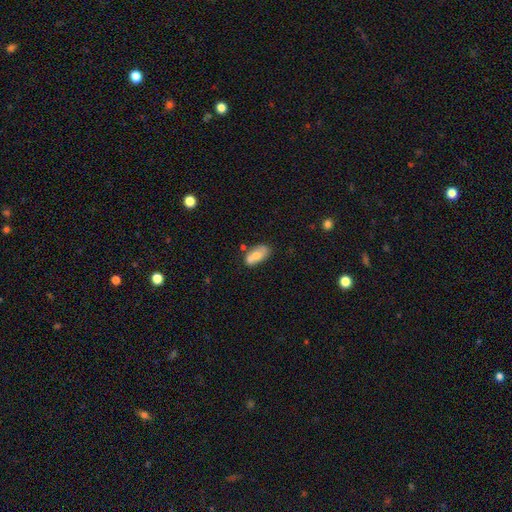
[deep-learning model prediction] smooth 65%, featured or disk 28%, star or artifact 7%. Down the decision tree: how rounded — in between (91%); merging — none (65%).